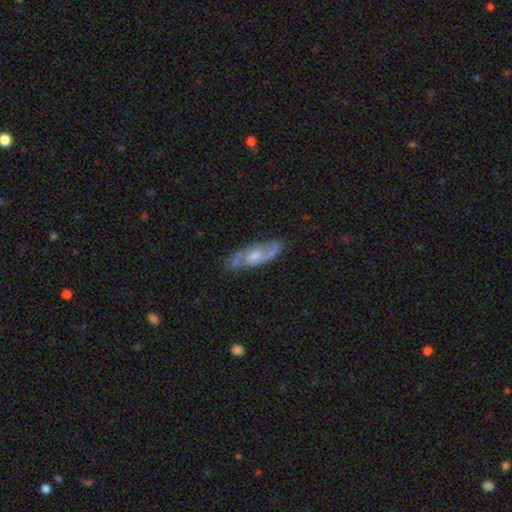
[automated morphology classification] Smooth or featured? Predicted: featured or disk (p=0.81). Edge-on disk? Predicted: no (p=0.88). Bar? Predicted: no (p=0.46). Spiral arms? Predicted: yes (p=0.94). Spiral winding? Predicted: medium (p=0.54). Spiral arm count? Predicted: 2 (p=0.88). Bulge size? Predicted: moderate (p=0.51). Merging? Predicted: none (p=0.80).